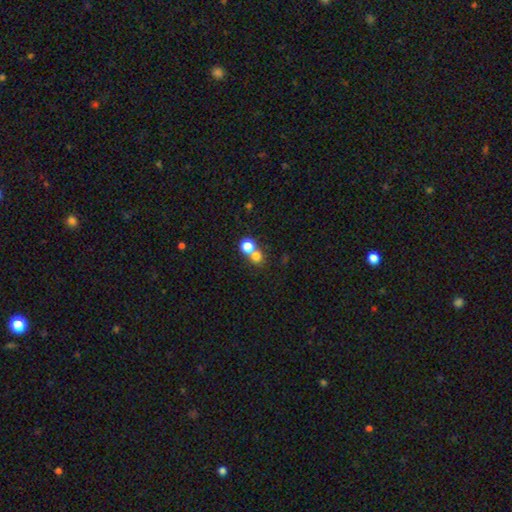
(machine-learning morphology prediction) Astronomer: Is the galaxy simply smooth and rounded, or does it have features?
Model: smooth — 75%.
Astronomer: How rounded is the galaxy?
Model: round — 85%.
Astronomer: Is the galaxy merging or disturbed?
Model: merger — 50% (runner-up: none, 42%).